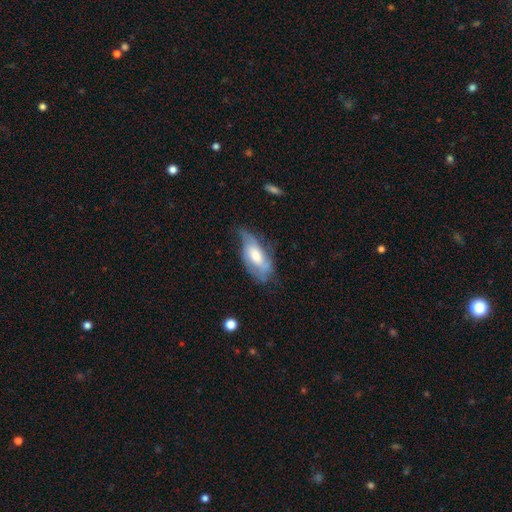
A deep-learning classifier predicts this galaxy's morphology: The model was most divided on "smooth or featured": featured or disk: 47%, smooth: 46%, star or artifact: 7%. Remaining: merging — none (41%).